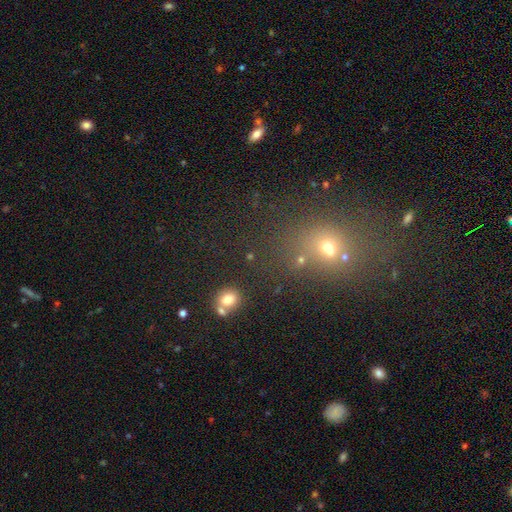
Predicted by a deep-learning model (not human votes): Q: Smooth or featured?
A: star or artifact (46%); runner-up: smooth (42%)